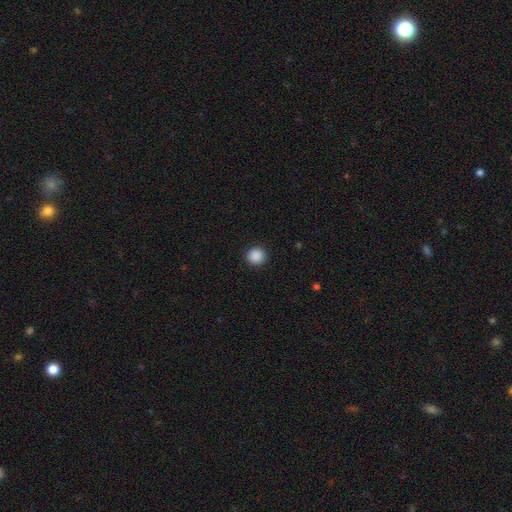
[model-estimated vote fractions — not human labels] Smooth or featured: smooth — 89% (star or artifact — 9%)
How rounded: round — 94% (in between — 5%)
Merging: none — 92% (minor disturbance — 5%)